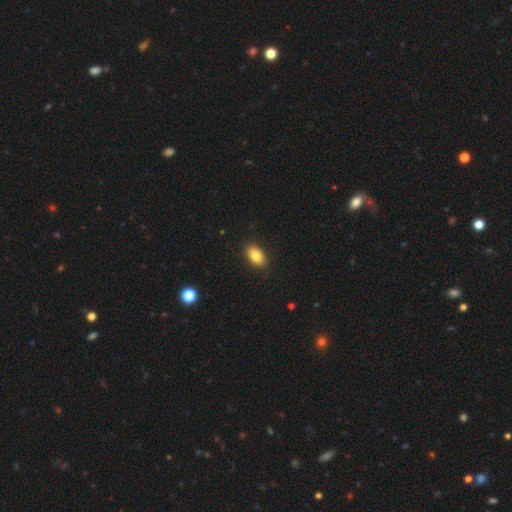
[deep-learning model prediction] Morphology: type=smooth (82%); roundness=in between (90%); merging=none (89%).